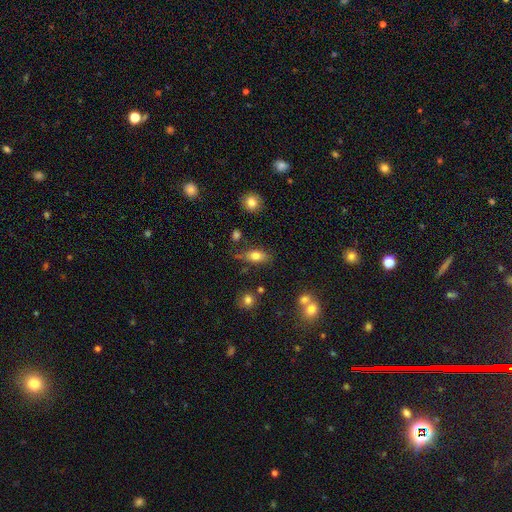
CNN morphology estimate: A smooth galaxy with no disk features (76%) that is in between round and cigar-shaped (84%). Merging: none (66%).